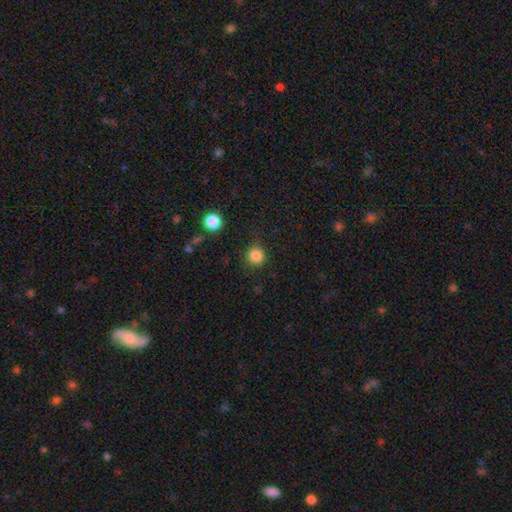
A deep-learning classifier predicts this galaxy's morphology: This appears to be a smooth galaxy with no disk features (84%) that is round (92%). Merging: none (83%).